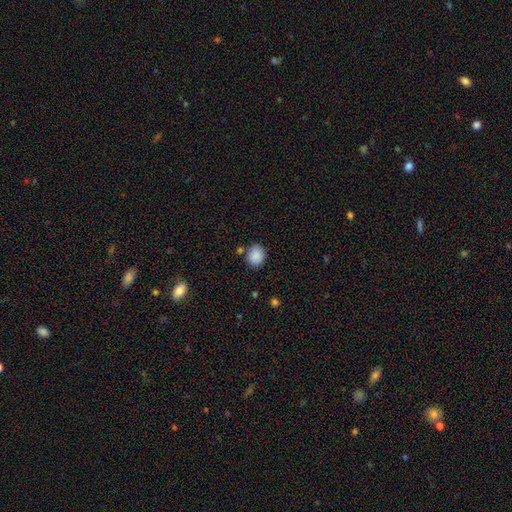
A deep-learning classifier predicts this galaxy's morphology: type=smooth (88%); roundness=round (64%); merging=none (79%).